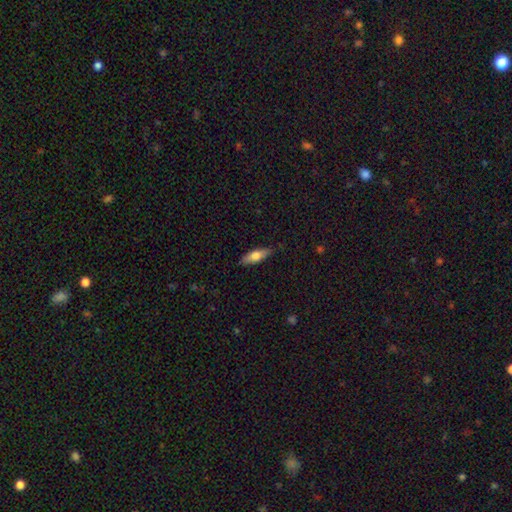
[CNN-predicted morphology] Smooth or featured: smooth — 67% (featured or disk — 27%)
How rounded: in between — 56% (cigar-shaped — 42%)
Merging: none — 85% (minor disturbance — 12%)